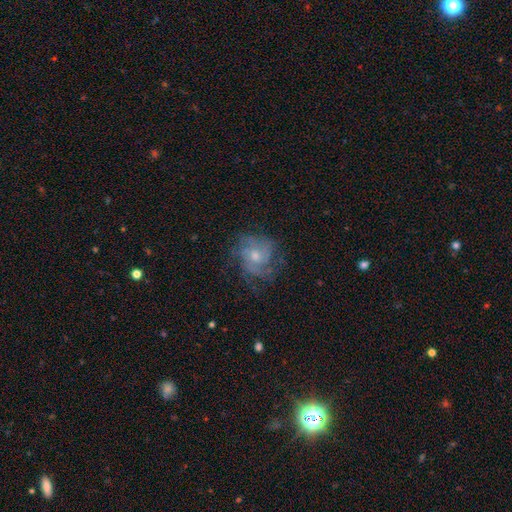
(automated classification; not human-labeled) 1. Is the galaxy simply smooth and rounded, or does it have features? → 64% featured or disk, 26% smooth, 10% star or artifact.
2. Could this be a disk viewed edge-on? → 97% no, 3% yes.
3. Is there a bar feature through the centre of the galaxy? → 77% no, 20% weak, 3% strong.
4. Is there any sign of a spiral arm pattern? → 80% yes, 20% no.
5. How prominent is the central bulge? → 59% moderate, 33% small, 4% large, 3% none, 1% dominant.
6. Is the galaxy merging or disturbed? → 62% none, 21% minor disturbance, 16% major disturbance, 1% merger.